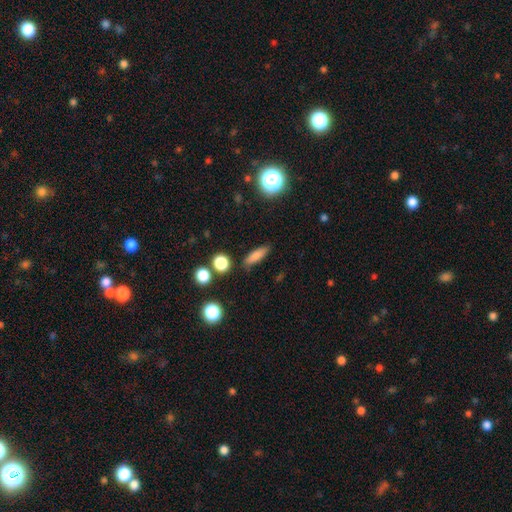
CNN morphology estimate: Smooth or featured: smooth — 78% (featured or disk — 11%)
How rounded: cigar-shaped — 57% (in between — 37%)
Merging: none — 84% (minor disturbance — 10%)